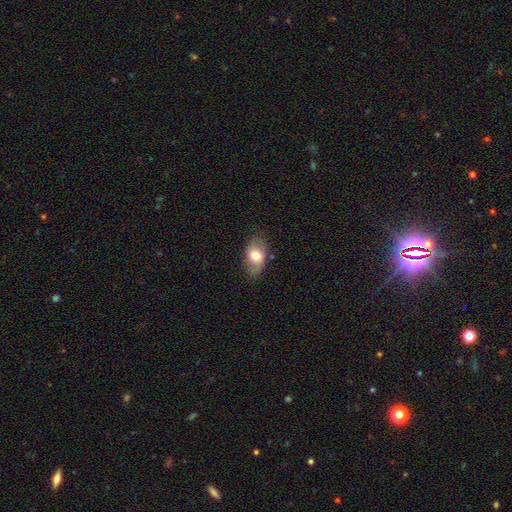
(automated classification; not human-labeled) The model was most divided on "smooth or featured": smooth: 69%, featured or disk: 24%, star or artifact: 7%. More confident: how rounded — in between (87%); merging — none (71%).